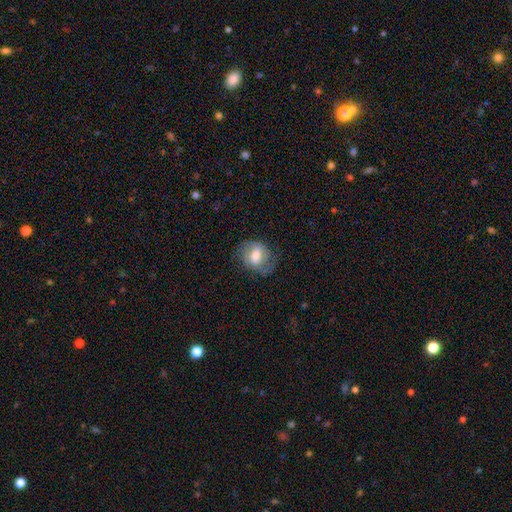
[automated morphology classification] This appears to be a smooth galaxy with no disk features (49%). Merging: none (62%).